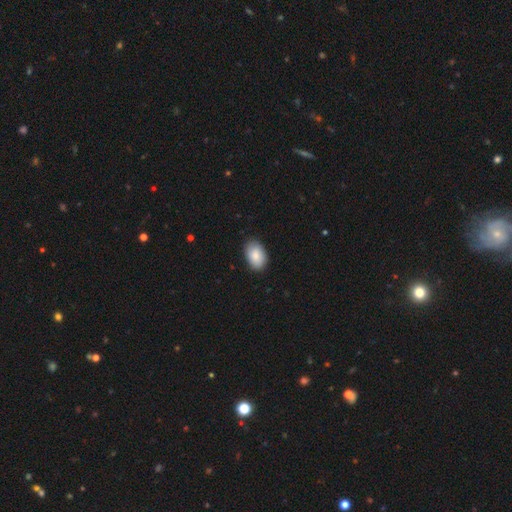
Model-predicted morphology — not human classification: Overall: smooth (87%). How rounded: in between (90%). Merging: none (87%).